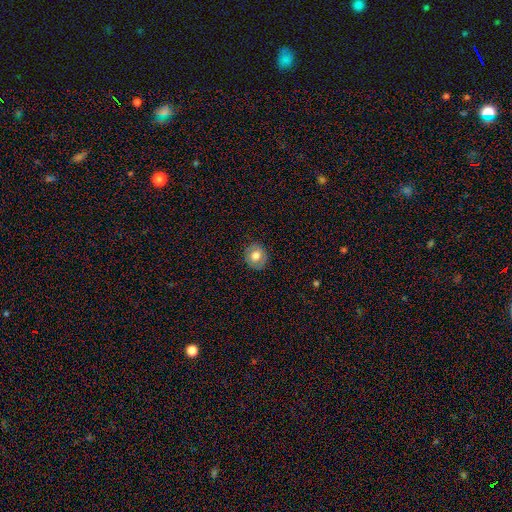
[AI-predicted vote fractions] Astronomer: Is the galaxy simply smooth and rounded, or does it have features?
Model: smooth — 72%.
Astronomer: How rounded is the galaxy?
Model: round — 83%.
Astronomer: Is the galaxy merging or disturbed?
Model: none — 86%.